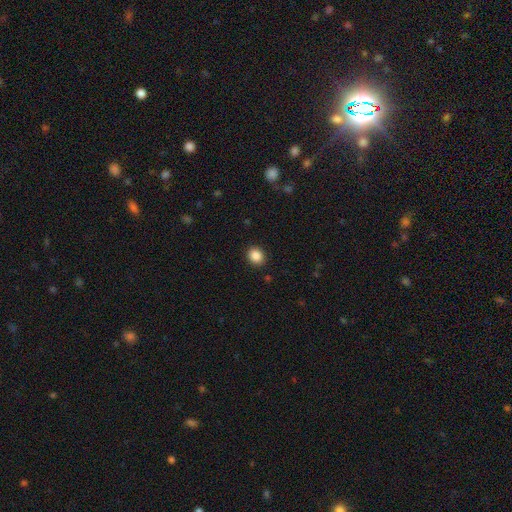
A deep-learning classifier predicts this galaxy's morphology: Overall: smooth (87%). How rounded: round (68%; in between 31%). Merging: none (91%).